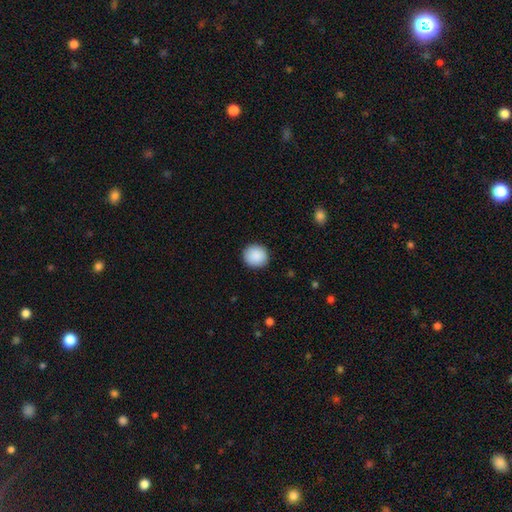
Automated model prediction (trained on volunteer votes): Overall: smooth (90%). How rounded: round (90%). Merging: none (92%).